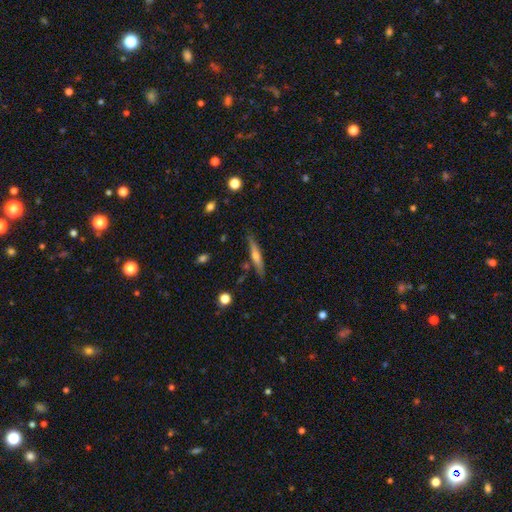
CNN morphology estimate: A featured or disk galaxy (49%).

Vote fractions:
- Smooth or featured? featured or disk: 49% / smooth: 44% / star or artifact: 7%
- Merging? none: 81% / minor disturbance: 12% / merger: 4% / major disturbance: 2%